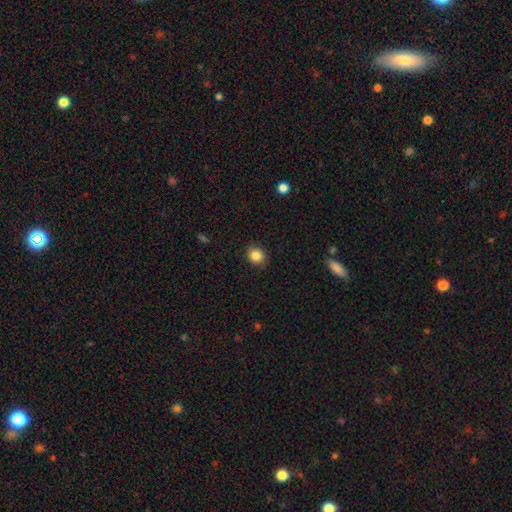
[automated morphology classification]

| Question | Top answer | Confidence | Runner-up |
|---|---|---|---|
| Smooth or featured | smooth | 85% | star or artifact (10%) |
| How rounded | round | 80% | in between (20%) |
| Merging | none | 87% | minor disturbance (9%) |